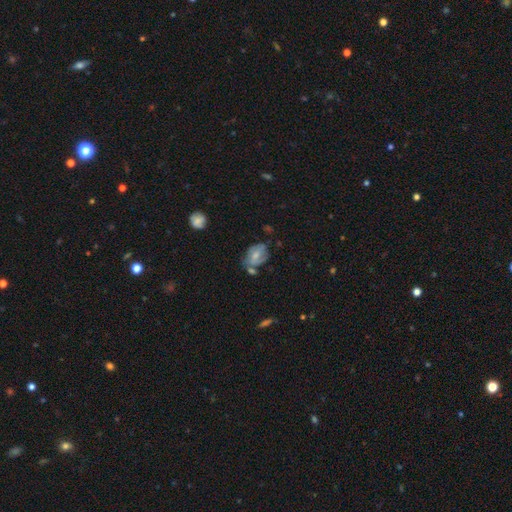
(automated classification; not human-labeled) A featured or disk galaxy (47%).

Vote fractions:
- Smooth or featured? featured or disk: 47% / smooth: 45% / star or artifact: 8%
- Merging? none: 46% / minor disturbance: 27% / merger: 17% / major disturbance: 11%